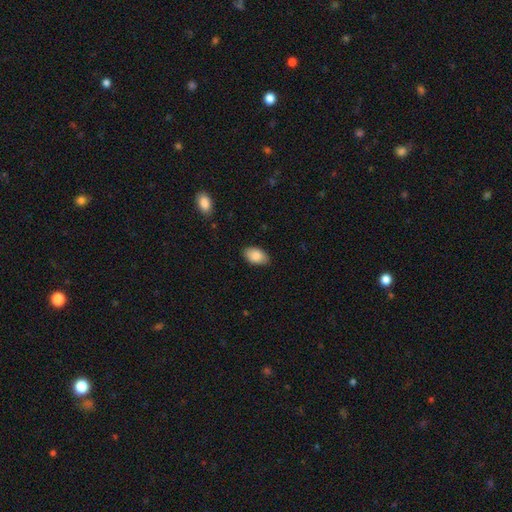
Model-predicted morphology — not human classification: smooth_or_featured: smooth (p=0.87) [alt: star or artifact p=0.07]
how_rounded: in between (p=0.92) [alt: round p=0.06]
merging: none (p=0.85) [alt: minor disturbance p=0.11]